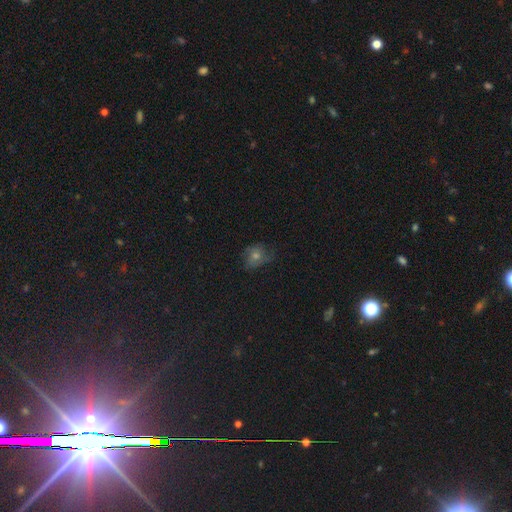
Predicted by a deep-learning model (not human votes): This is marginally a featured or disk galaxy (39%). Merging: likely none (61%).